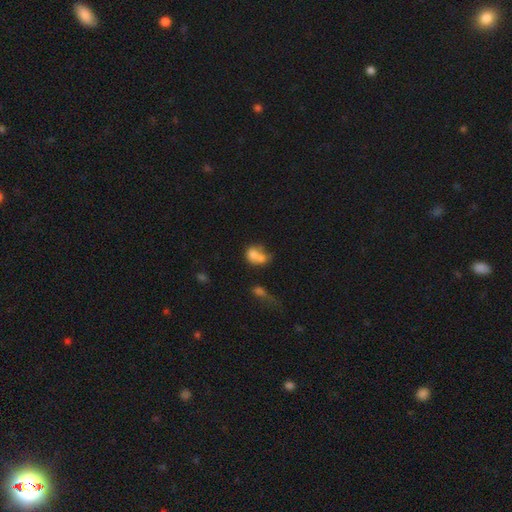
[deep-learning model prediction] A smooth galaxy with no disk features (70%) that is in between round and cigar-shaped (63%). Merging: merger (55%).